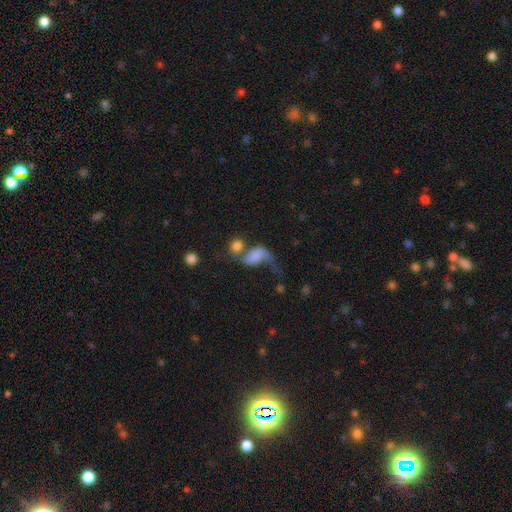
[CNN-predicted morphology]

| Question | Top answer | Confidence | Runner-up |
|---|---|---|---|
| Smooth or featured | smooth | 57% | featured or disk (31%) |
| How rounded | in between | 80% | round (17%) |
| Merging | merger | 43% | major disturbance (30%) |